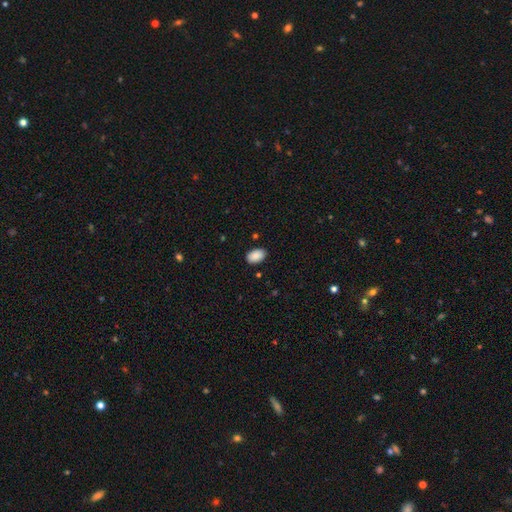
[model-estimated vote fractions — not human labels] Q: Smooth or featured?
A: smooth (90%); runner-up: star or artifact (7%)
Q: How rounded?
A: in between (91%); runner-up: round (8%)
Q: Merging?
A: none (87%); runner-up: minor disturbance (9%)